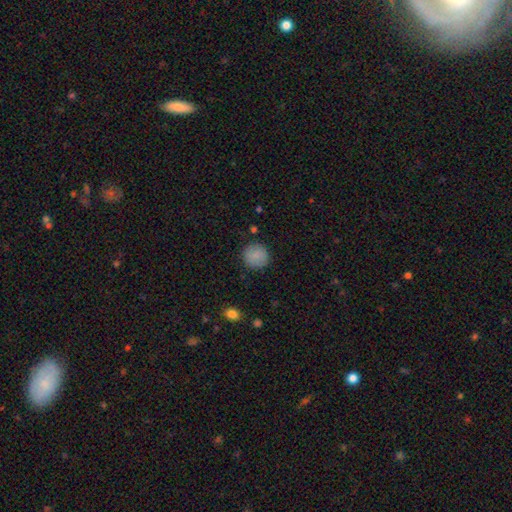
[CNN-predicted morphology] Smooth or featured: smooth — 87% (star or artifact — 8%)
How rounded: round — 94% (in between — 5%)
Merging: none — 88% (minor disturbance — 8%)